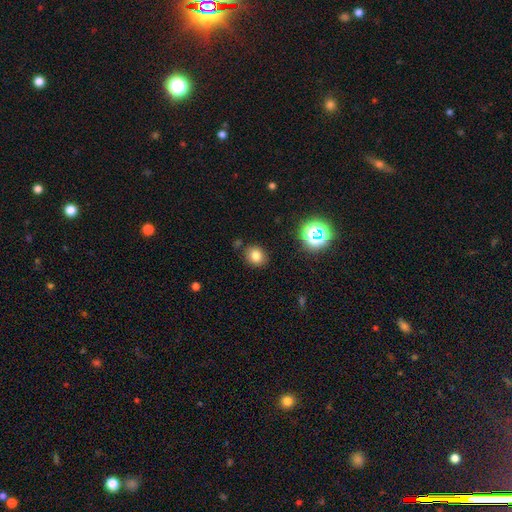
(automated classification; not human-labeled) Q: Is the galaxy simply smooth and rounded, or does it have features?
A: smooth — 78%.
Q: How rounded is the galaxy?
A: round — 64%.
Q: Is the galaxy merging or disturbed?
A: none — 84%.